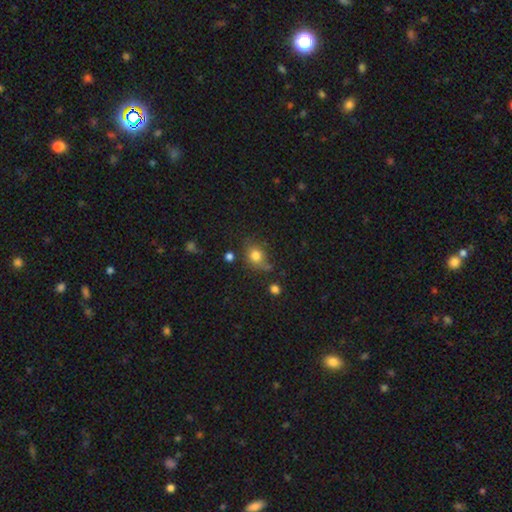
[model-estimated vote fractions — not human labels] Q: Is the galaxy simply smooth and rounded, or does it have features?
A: smooth — 80%.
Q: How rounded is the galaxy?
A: round — 66%.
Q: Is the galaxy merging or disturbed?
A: none — 67%.